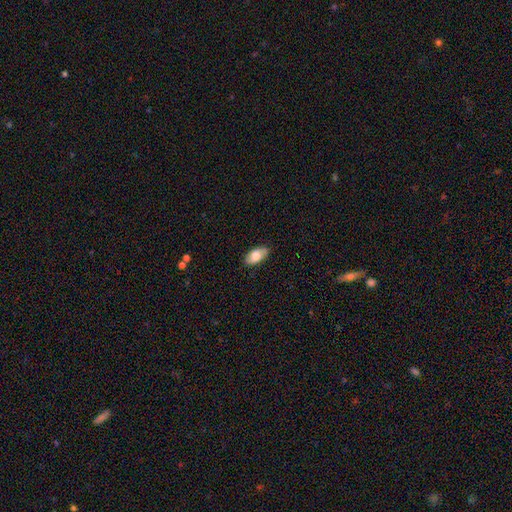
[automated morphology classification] Overall: smooth (71%). How rounded: in between (92%). Merging: none (85%).